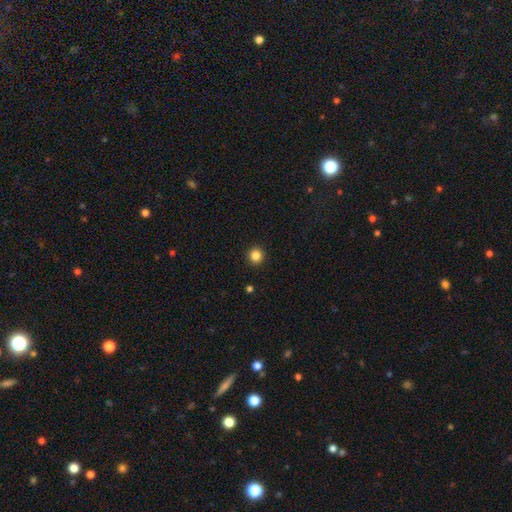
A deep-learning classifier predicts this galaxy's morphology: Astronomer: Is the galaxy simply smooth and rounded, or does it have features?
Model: smooth — 85%.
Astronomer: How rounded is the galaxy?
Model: round — 95%.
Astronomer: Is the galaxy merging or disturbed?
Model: none — 93%.